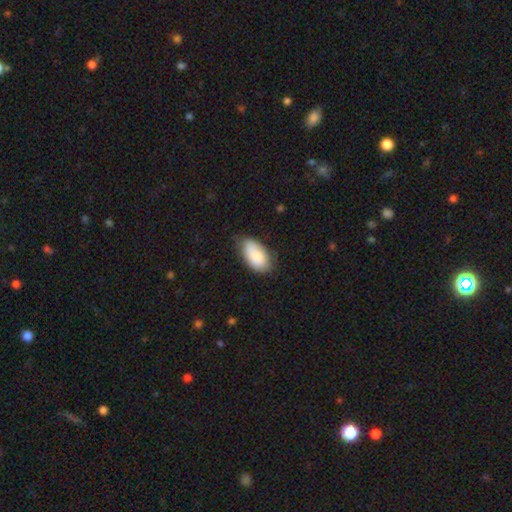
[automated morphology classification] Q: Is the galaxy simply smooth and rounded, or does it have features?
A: smooth — 85%.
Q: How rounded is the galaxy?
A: in between — 94%.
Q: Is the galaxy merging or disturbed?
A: none — 64%.